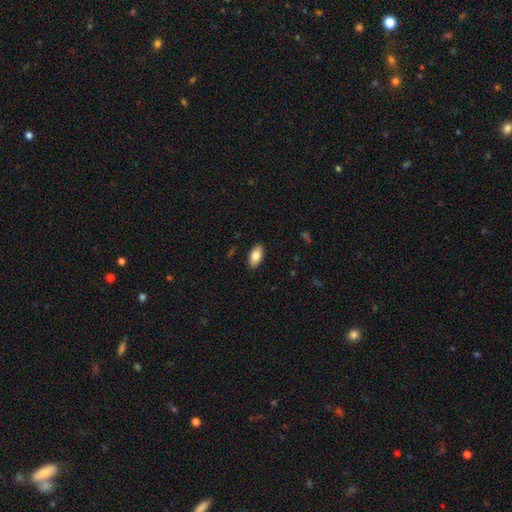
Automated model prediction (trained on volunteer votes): This appears to be a smooth galaxy with no disk features (81%) that is in between round and cigar-shaped (92%). Merging: none (89%).